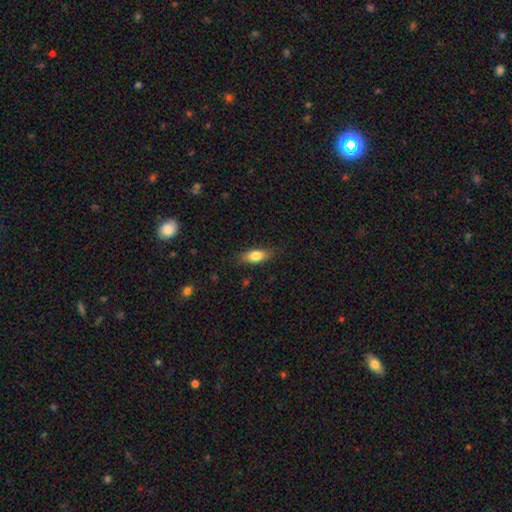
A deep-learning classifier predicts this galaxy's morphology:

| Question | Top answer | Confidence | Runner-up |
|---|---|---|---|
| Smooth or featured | smooth | 81% | featured or disk (12%) |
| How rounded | in between | 81% | cigar-shaped (15%) |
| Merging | none | 80% | minor disturbance (16%) |